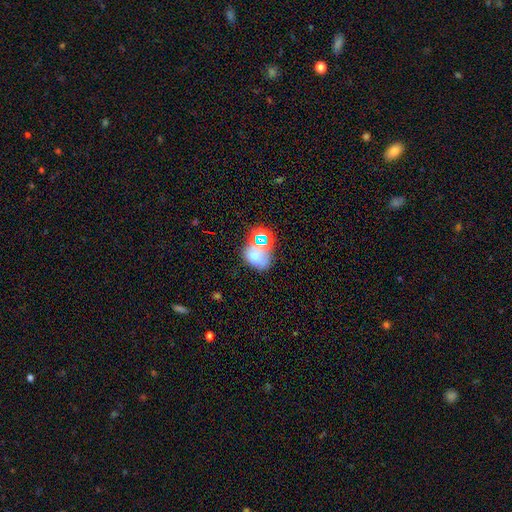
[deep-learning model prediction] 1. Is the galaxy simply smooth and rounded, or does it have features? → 56% smooth, 28% star or artifact, 16% featured or disk.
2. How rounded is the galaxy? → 64% in between, 34% round, 1% cigar-shaped.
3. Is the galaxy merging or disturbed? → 42% none, 29% merger, 17% minor disturbance, 12% major disturbance.